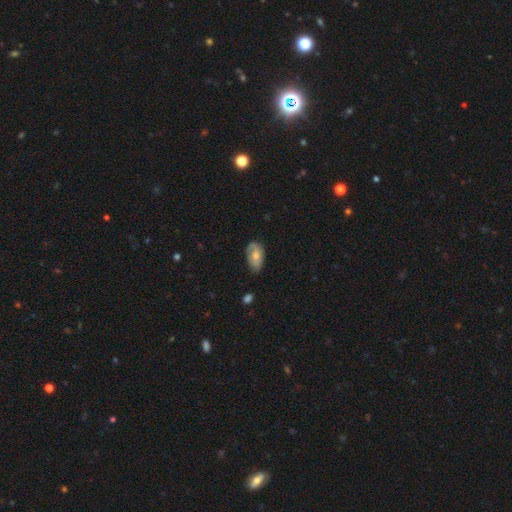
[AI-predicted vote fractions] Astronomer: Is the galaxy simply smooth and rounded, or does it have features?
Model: smooth — 61%.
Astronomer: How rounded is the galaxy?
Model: in between — 92%.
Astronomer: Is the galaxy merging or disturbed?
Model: none — 61%.